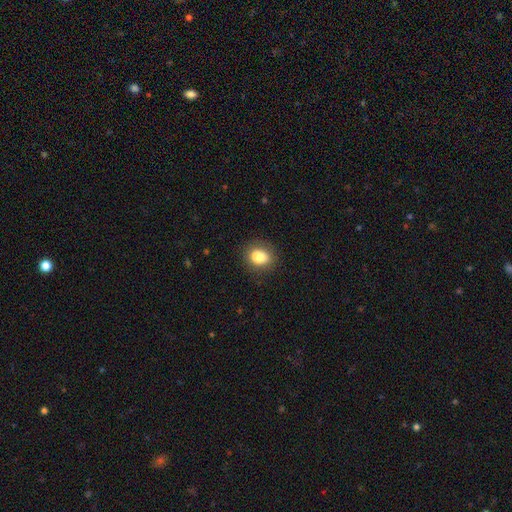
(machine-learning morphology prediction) smooth_or_featured: smooth (p=0.79) [alt: featured or disk p=0.11]
how_rounded: in between (p=0.54) [alt: round p=0.45]
merging: none (p=0.72) [alt: minor disturbance p=0.15]